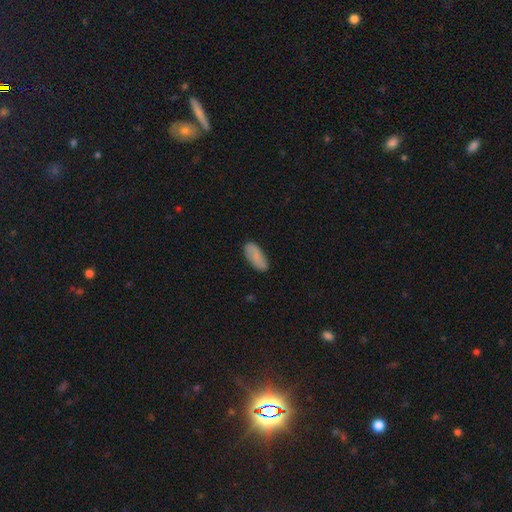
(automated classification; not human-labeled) Morphology: type=smooth (80%); roundness=in between (83%); merging=none (80%).